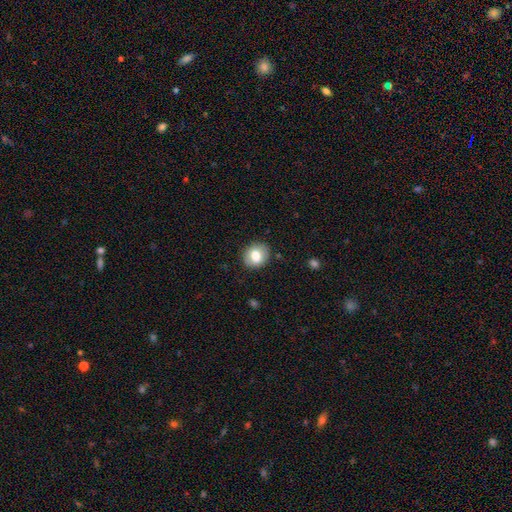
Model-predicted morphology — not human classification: A smooth galaxy with no disk features (76%) that is round (65%).

Vote fractions:
- Smooth or featured? smooth: 76% / featured or disk: 16% / star or artifact: 8%
- How rounded? round: 65% / in between: 34% / cigar-shaped: 1%
- Merging? none: 85% / minor disturbance: 11% / major disturbance: 3% / merger: 1%